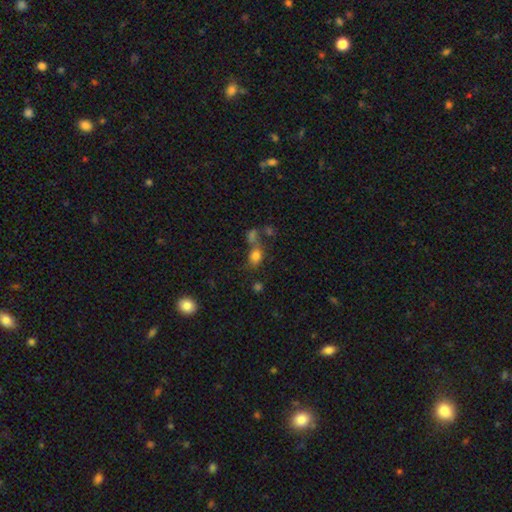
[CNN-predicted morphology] Smooth or featured? smooth (76%)
How rounded? in between (51%)
Merging? none (41%)